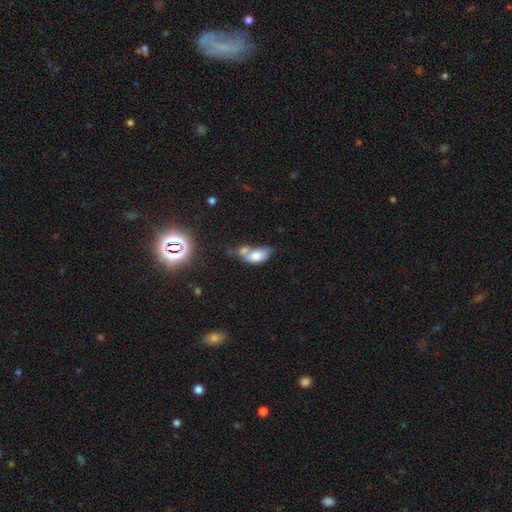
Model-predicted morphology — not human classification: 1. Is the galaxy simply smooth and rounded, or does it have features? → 72% smooth, 18% featured or disk, 10% star or artifact.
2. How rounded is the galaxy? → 89% in between, 7% round, 4% cigar-shaped.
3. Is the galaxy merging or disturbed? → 54% merger, 20% none, 15% minor disturbance, 11% major disturbance.